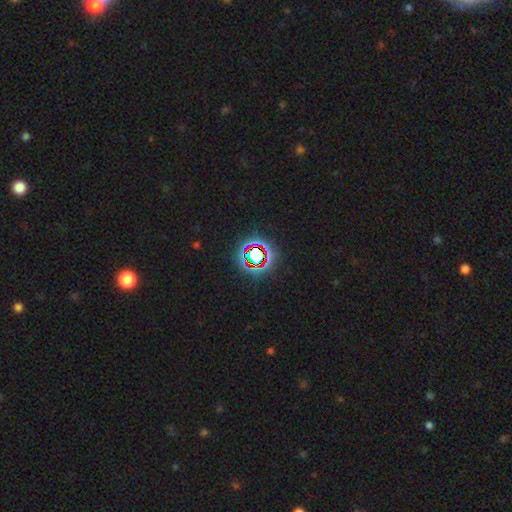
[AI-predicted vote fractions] Smooth or featured?
  - star or artifact: 72% *
  - smooth: 17%
  - featured or disk: 11%